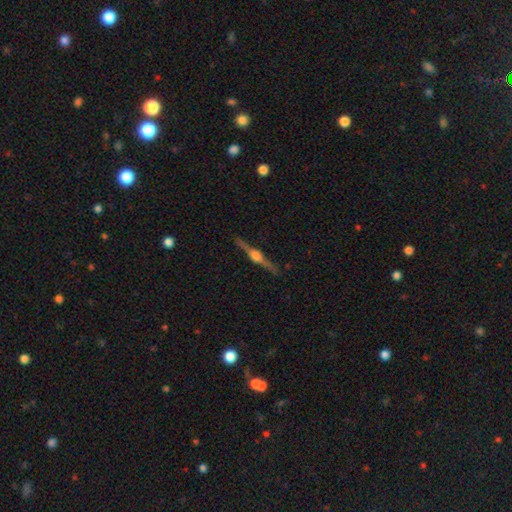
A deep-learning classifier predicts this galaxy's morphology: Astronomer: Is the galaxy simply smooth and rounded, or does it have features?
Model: featured or disk — 86%.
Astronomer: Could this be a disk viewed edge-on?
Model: yes — 98%.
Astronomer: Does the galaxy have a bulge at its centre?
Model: rounded — 92%.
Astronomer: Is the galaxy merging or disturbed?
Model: none — 90%.